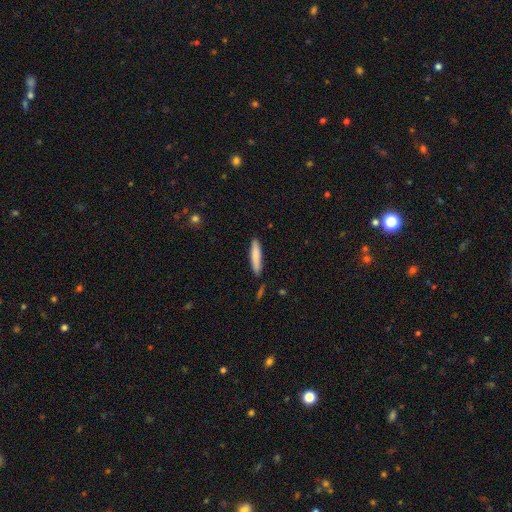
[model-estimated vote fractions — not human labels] A smooth galaxy with no disk features (83%) that is cigar-shaped (87%). Merging: none (86%).